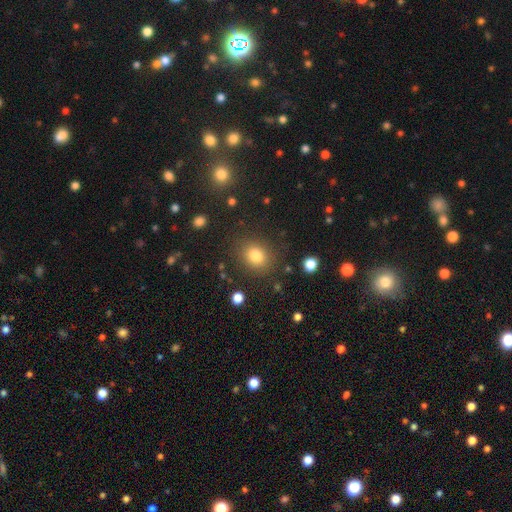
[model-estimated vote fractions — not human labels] Smooth or featured: smooth — 81% (star or artifact — 12%)
How rounded: round — 59% (in between — 40%)
Merging: none — 83% (minor disturbance — 10%)